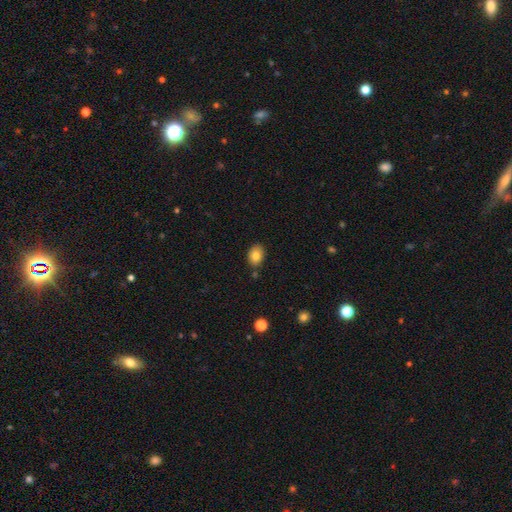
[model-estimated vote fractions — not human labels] smooth 81%, featured or disk 10%, star or artifact 9%. Down the decision tree: how rounded — in between (70%); merging — none (81%).